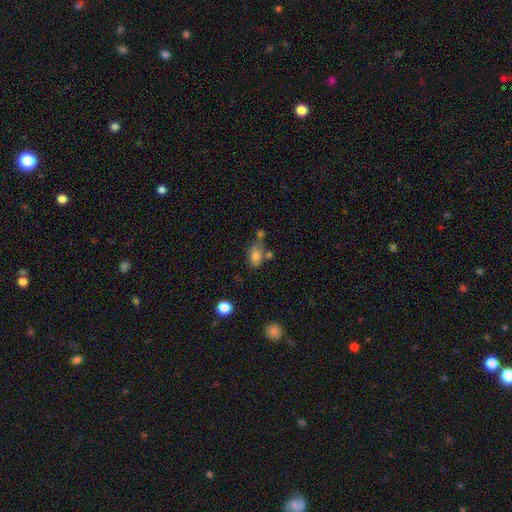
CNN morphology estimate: smooth-or-featured: smooth: 75% | featured or disk: 13% | star or artifact: 12%
  how-rounded: in between: 84% | round: 11% | cigar-shaped: 4%
  merging: none: 47% | merger: 24% | minor disturbance: 20% | major disturbance: 9%